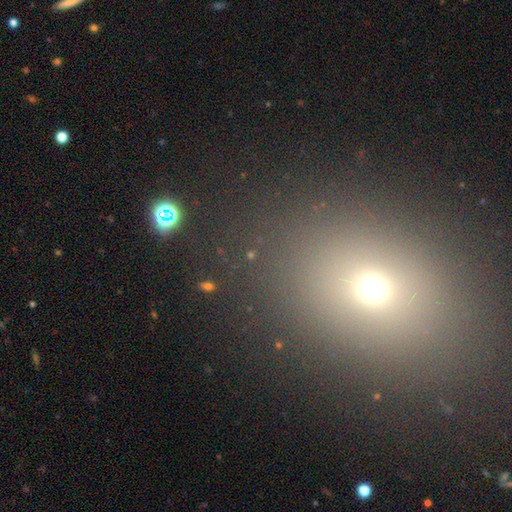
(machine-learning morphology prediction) Smooth or featured?
  - smooth: 57% *
  - star or artifact: 32%
  - featured or disk: 11%
How rounded?
  - round: 57% *
  - in between: 41%
  - cigar-shaped: 2%
Merging?
  - none: 82% *
  - minor disturbance: 9%
  - major disturbance: 5%
  - merger: 5%